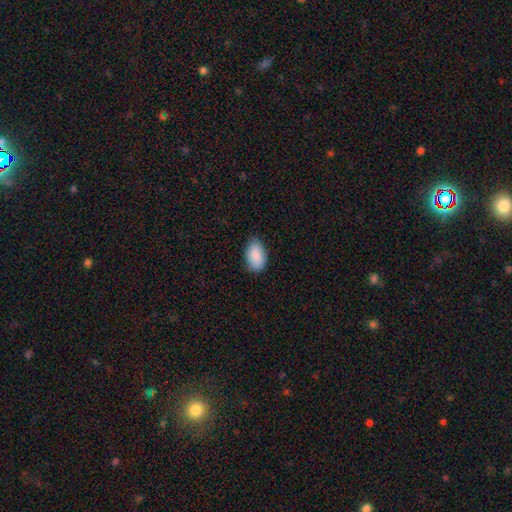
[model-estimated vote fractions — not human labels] Overall: smooth (90%). How rounded: in between (93%). Merging: none (79%).